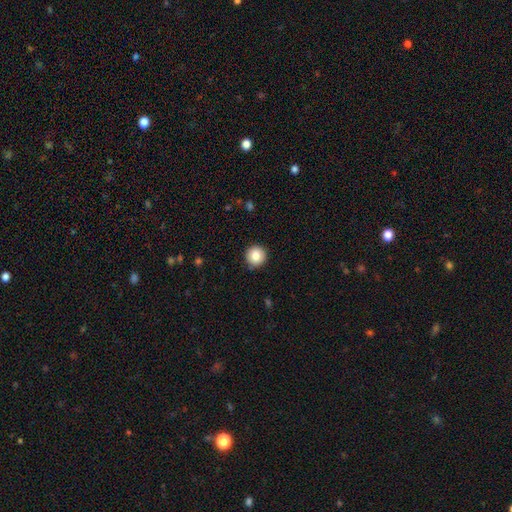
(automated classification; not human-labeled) smooth-or-featured: smooth: 84% | star or artifact: 8% | featured or disk: 8%
  how-rounded: round: 95% | in between: 4% | cigar-shaped: 1%
  merging: none: 92% | minor disturbance: 6% | major disturbance: 2% | merger: 1%